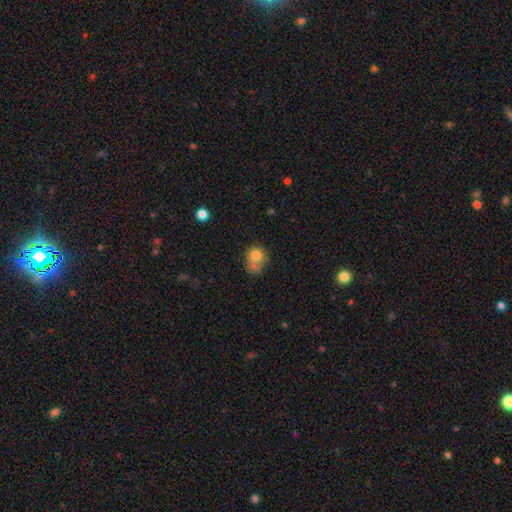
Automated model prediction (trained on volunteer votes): The model was most divided on "merging": none: 34%, merger: 25%, minor disturbance: 24%, major disturbance: 17%. More confident: smooth or featured — smooth (77%); how rounded — round (63%).